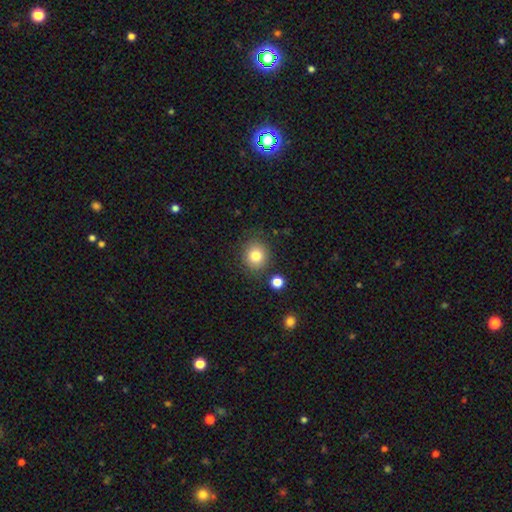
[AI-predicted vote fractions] Overall: smooth (81%). How rounded: round (87%). Merging: none (84%).